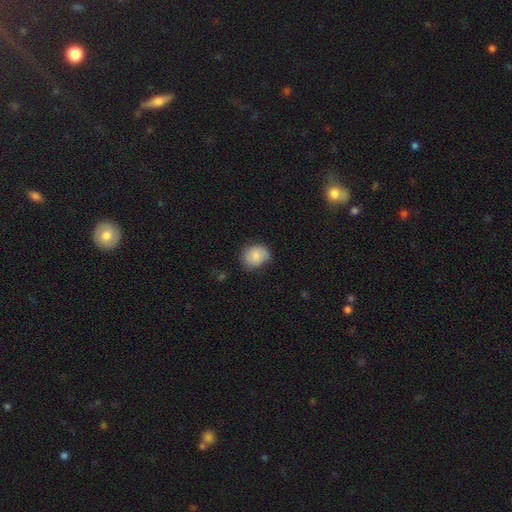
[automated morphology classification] Smooth or featured? Predicted: smooth (p=0.81). How rounded? Predicted: round (p=0.59). Merging? Predicted: none (p=0.67).